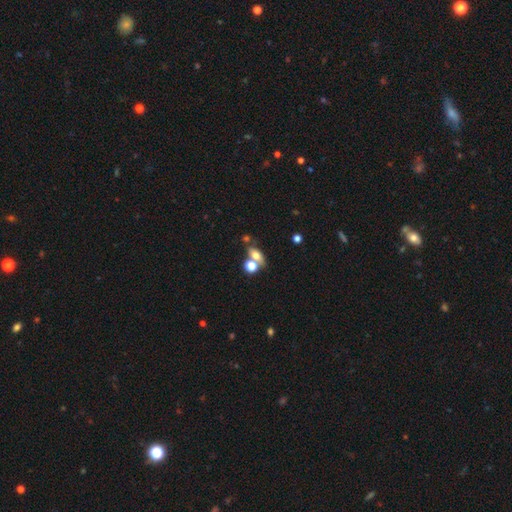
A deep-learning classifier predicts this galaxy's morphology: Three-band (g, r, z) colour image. It shows a smooth galaxy with no disk features (65%) that is in between round and cigar-shaped (65%). Merging: none (43%).